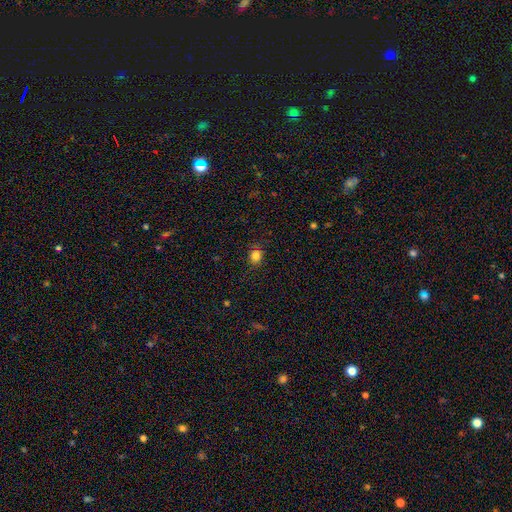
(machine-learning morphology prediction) smooth 82%, star or artifact 13%, featured or disk 5%. Down the decision tree: how rounded — round (71%); merging — none (86%).